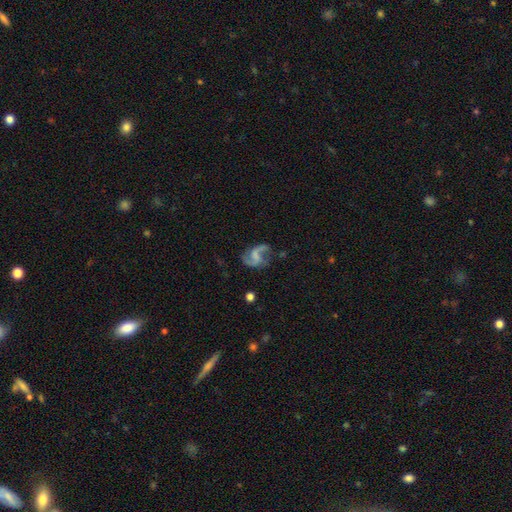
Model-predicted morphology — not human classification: This appears to be a featured or disk galaxy (80%) with a weak bar (46%), 2 (88%) loose (63%) spiral arms (92%) and no central bulge (60%). Merging: none (58%).